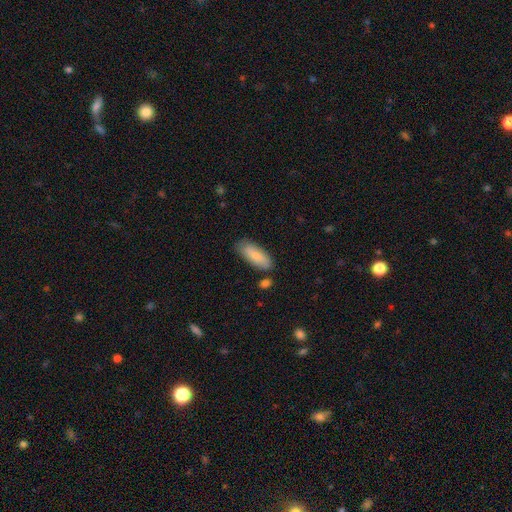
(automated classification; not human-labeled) Q: Smooth or featured?
A: smooth (78%); runner-up: featured or disk (16%)
Q: How rounded?
A: in between (75%); runner-up: cigar-shaped (23%)
Q: Merging?
A: none (75%); runner-up: minor disturbance (17%)